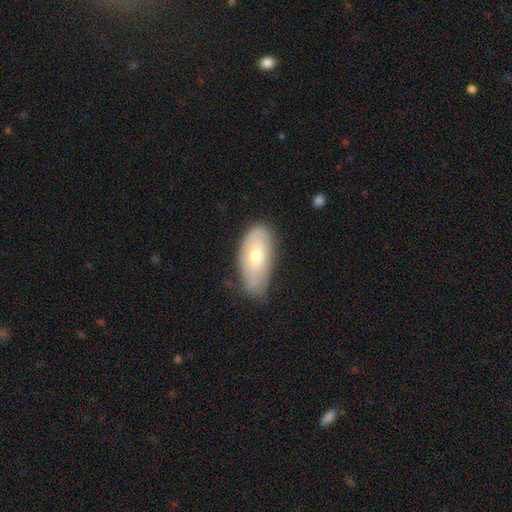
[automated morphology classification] smooth-or-featured: smooth: 57% | featured or disk: 37% | star or artifact: 7%
  how-rounded: in between: 90% | cigar-shaped: 6% | round: 4%
  merging: none: 57% | minor disturbance: 33% | major disturbance: 8% | merger: 2%